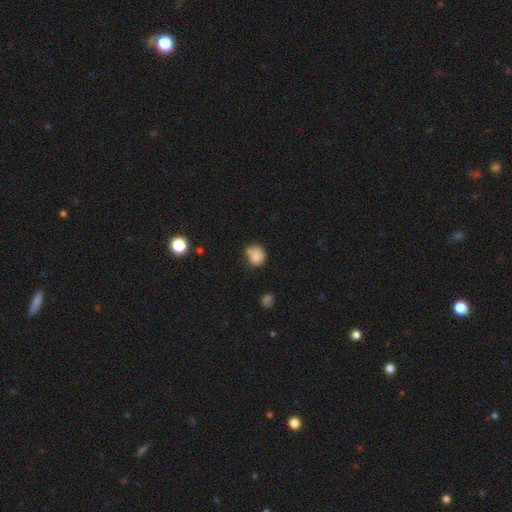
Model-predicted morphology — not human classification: This is clearly a smooth galaxy (82%). How rounded: likely round (74%). Merging: possibly none (56%).